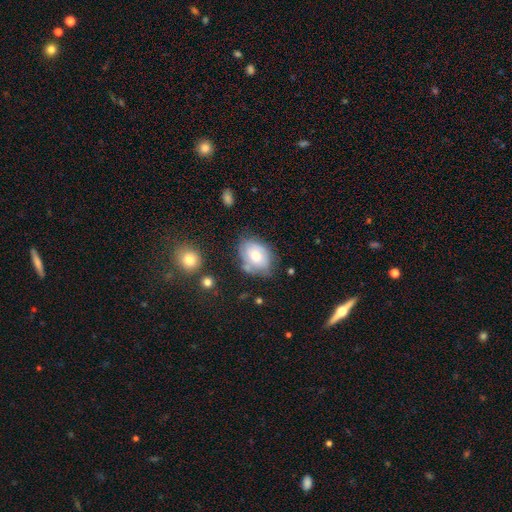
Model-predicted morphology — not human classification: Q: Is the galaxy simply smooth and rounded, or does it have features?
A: smooth — 60%.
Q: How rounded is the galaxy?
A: in between — 74%.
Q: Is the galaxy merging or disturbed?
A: none — 56%.